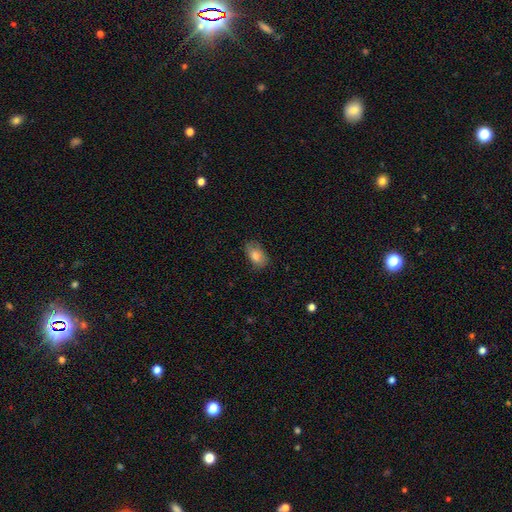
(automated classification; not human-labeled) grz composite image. It shows a smooth galaxy with no disk features (79%) that is in between round and cigar-shaped (89%). Merging: none (74%).